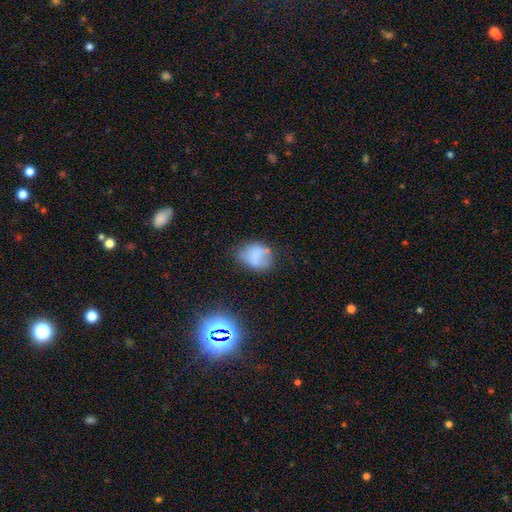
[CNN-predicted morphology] This appears to be a smooth galaxy with no disk features (65%) that is in between round and cigar-shaped (62%). Merging: none (48%).